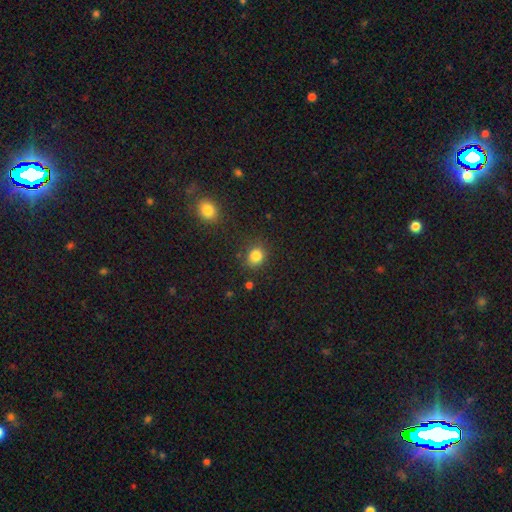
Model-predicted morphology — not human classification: A smooth galaxy with no disk features (83%) that is round (70%). Merging: none (81%).